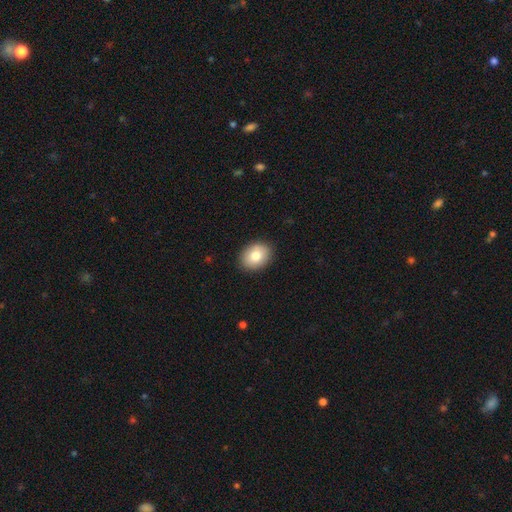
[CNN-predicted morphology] The model was most divided on "how rounded": in between: 67%, round: 32%, cigar-shaped: 1%. More confident: merging — none (90%); smooth or featured — smooth (83%).